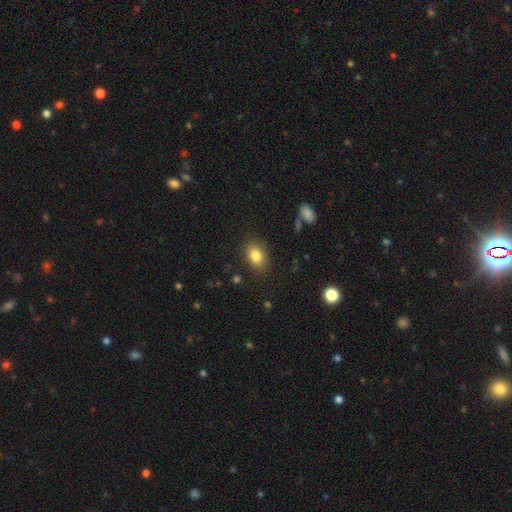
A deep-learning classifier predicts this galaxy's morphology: A smooth galaxy with no disk features (83%) that is in between round and cigar-shaped (79%).

Vote fractions:
- Smooth or featured? smooth: 83% / star or artifact: 9% / featured or disk: 8%
- How rounded? in between: 79% / round: 20% / cigar-shaped: 1%
- Merging? none: 84% / minor disturbance: 11% / major disturbance: 3% / merger: 1%